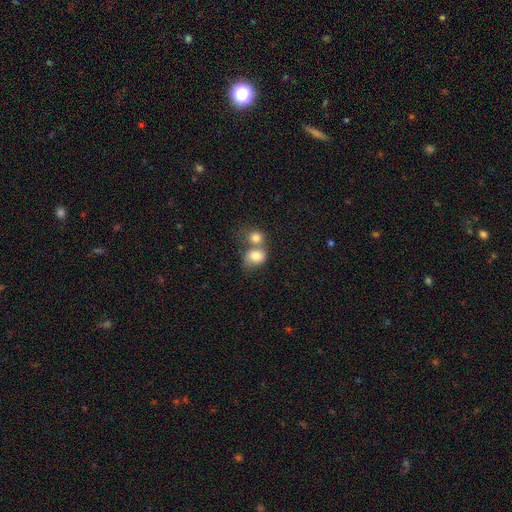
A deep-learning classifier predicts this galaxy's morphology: smooth 80%, featured or disk 11%, star or artifact 9%. Down the decision tree: how rounded — round (50%); merging — merger (61%).